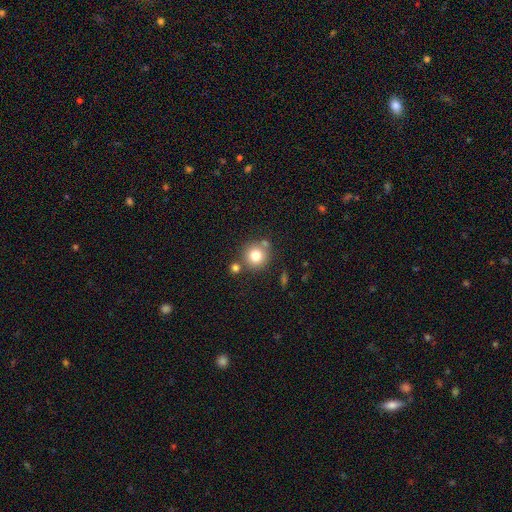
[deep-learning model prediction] smooth-or-featured: smooth: 79% | star or artifact: 11% | featured or disk: 11%
  how-rounded: round: 91% | in between: 8% | cigar-shaped: 1%
  merging: none: 70% | merger: 15% | minor disturbance: 11% | major disturbance: 4%